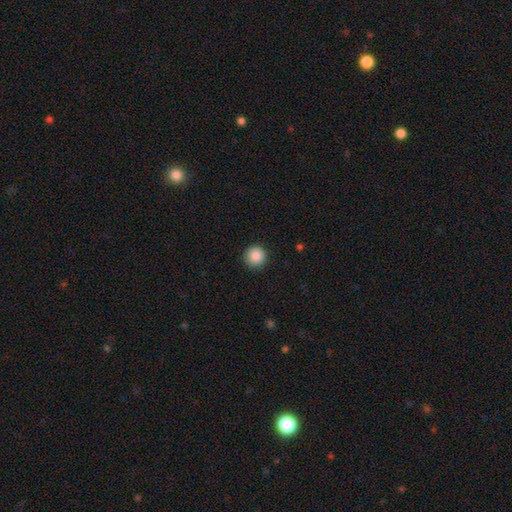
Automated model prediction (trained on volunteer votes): Smooth or featured?
  - smooth: 87% *
  - star or artifact: 9%
  - featured or disk: 3%
How rounded?
  - round: 95% *
  - in between: 4%
  - cigar-shaped: 1%
Merging?
  - none: 91% *
  - minor disturbance: 6%
  - major disturbance: 2%
  - merger: 1%